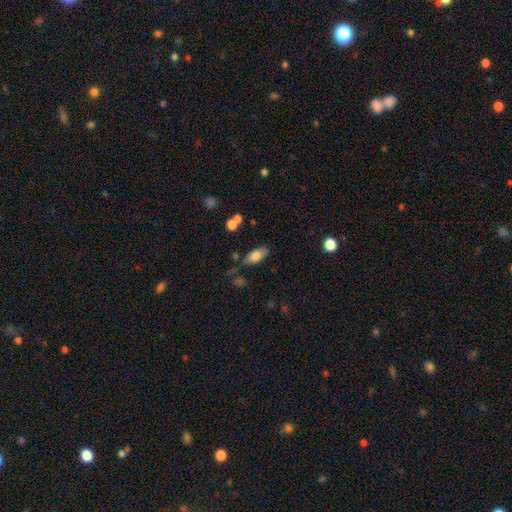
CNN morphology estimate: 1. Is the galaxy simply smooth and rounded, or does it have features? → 76% smooth, 16% featured or disk, 8% star or artifact.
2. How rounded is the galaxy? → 87% in between, 10% cigar-shaped, 3% round.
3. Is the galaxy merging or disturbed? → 73% none, 16% minor disturbance, 6% merger, 5% major disturbance.